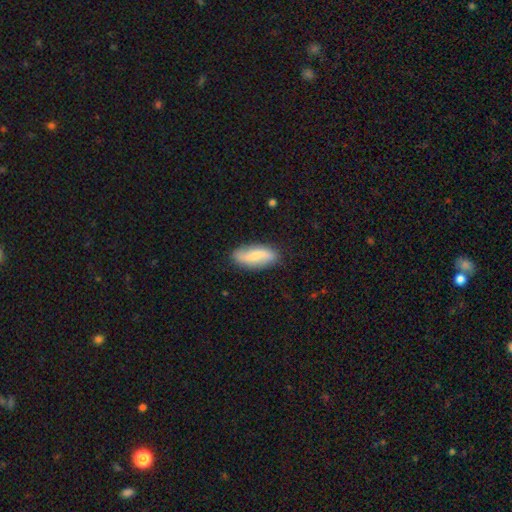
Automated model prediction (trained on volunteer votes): A smooth galaxy with no disk features (48%).

Vote fractions:
- Smooth or featured? smooth: 48% / featured or disk: 46% / star or artifact: 7%
- Merging? none: 83% / minor disturbance: 13% / major disturbance: 3% / merger: 1%